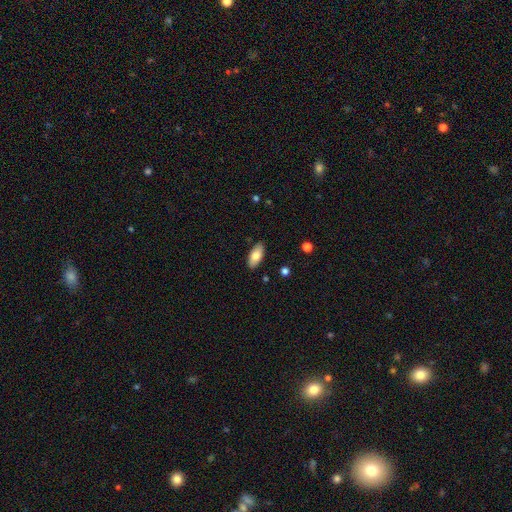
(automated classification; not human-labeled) Smooth or featured?
  - smooth: 80% *
  - featured or disk: 13%
  - star or artifact: 6%
How rounded?
  - in between: 90% *
  - cigar-shaped: 8%
  - round: 2%
Merging?
  - none: 87% *
  - minor disturbance: 10%
  - major disturbance: 2%
  - merger: 1%